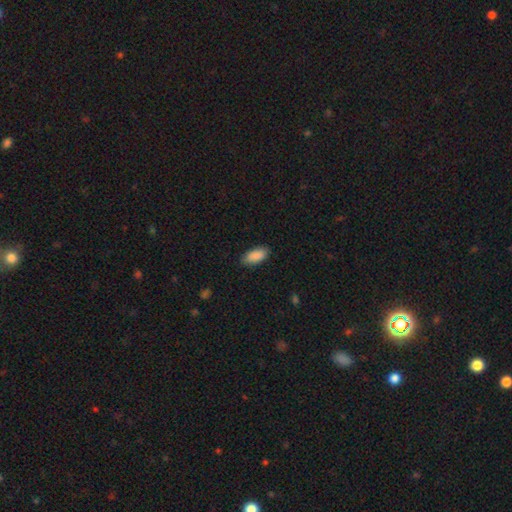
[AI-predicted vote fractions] Smooth or featured? Predicted: smooth (p=0.90). How rounded? Predicted: in between (p=0.89). Merging? Predicted: none (p=0.86).